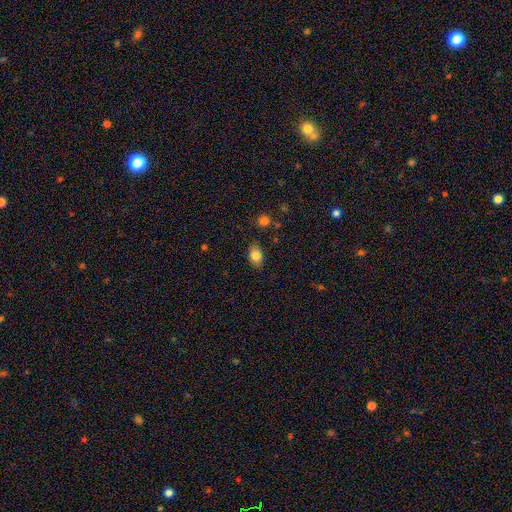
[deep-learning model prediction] A smooth galaxy with no disk features (83%) that is in between round and cigar-shaped (78%).

Vote fractions:
- Smooth or featured? smooth: 83% / star or artifact: 9% / featured or disk: 8%
- How rounded? in between: 78% / round: 20% / cigar-shaped: 2%
- Merging? none: 80% / minor disturbance: 15% / major disturbance: 3% / merger: 2%